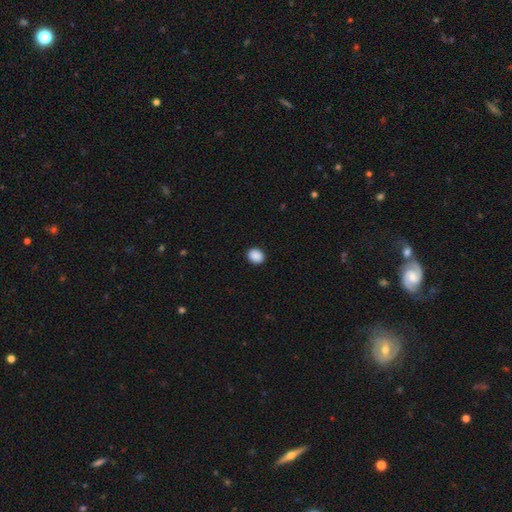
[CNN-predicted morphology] A smooth galaxy with no disk features (90%) that is round (62%). Merging: none (91%).